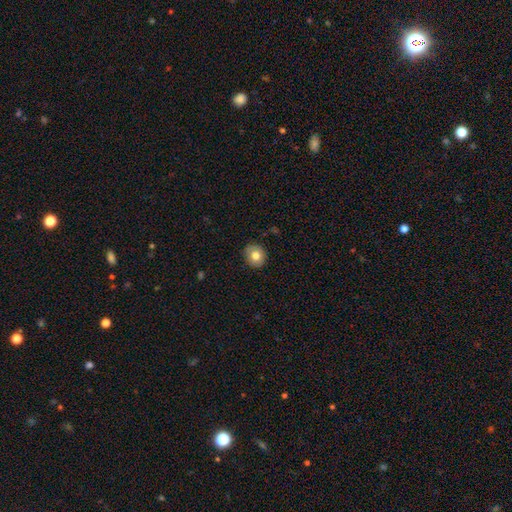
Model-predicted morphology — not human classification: smooth 74%, featured or disk 18%, star or artifact 8%. Down the decision tree: how rounded — round (79%); merging — none (88%).